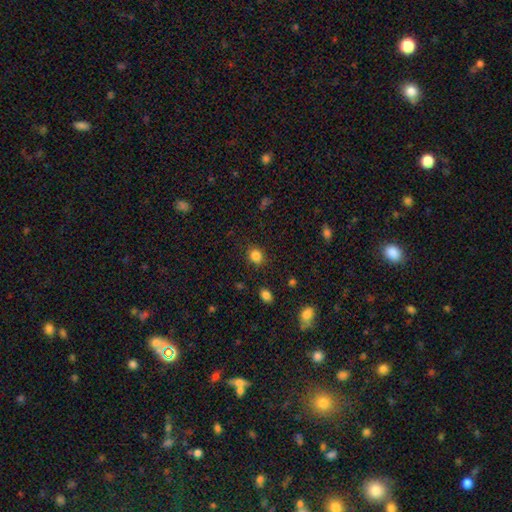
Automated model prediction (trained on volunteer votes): This appears to be a smooth galaxy with no disk features (84%) that is round (65%). Merging: none (86%).